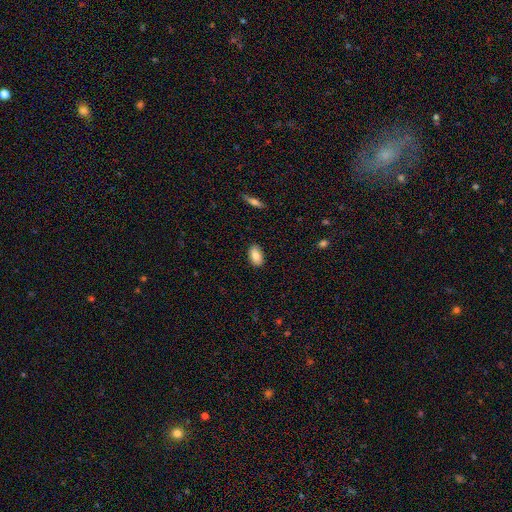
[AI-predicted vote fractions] Morphology: type=smooth (86%); roundness=in between (92%); merging=none (88%).